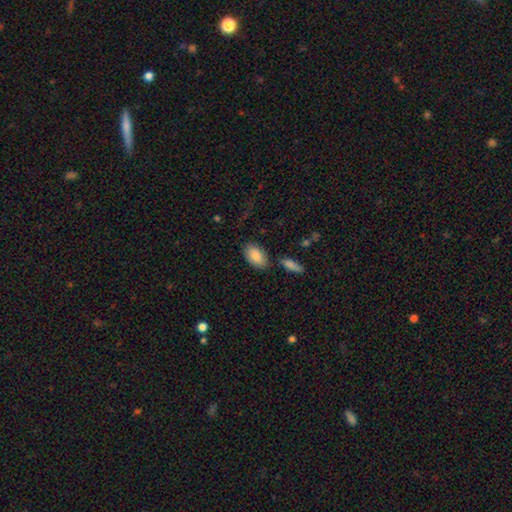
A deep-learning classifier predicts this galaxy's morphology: type=smooth (86%); roundness=in between (93%); merging=none (76%).